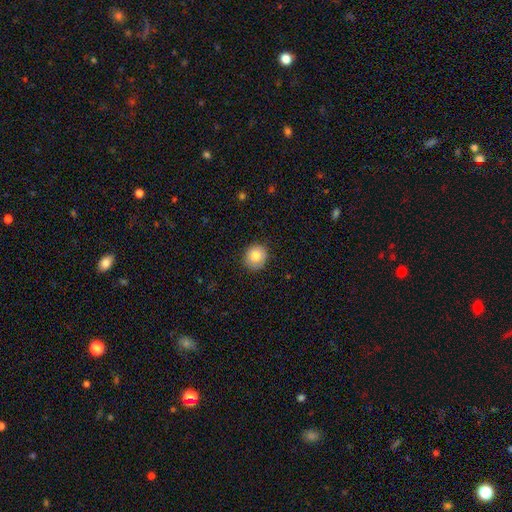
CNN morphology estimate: This appears to be a smooth galaxy with no disk features (82%) that is round (84%). Merging: none (87%).